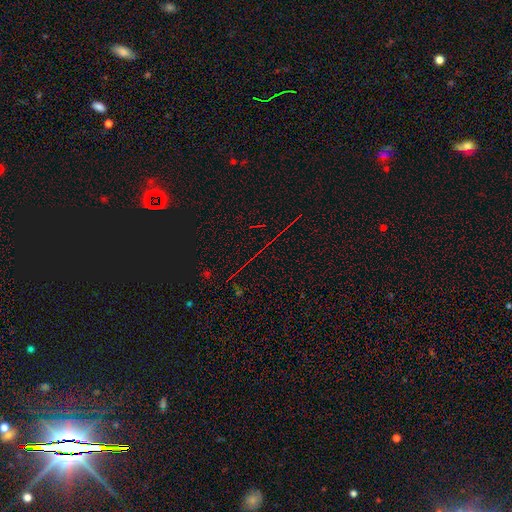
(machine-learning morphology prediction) type=star or artifact (77%).